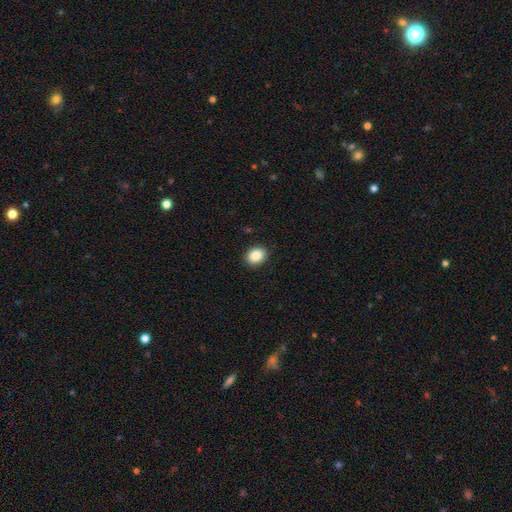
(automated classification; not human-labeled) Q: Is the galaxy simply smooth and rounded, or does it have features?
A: smooth — 87%.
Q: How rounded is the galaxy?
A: round — 50%.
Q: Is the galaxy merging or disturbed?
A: none — 90%.